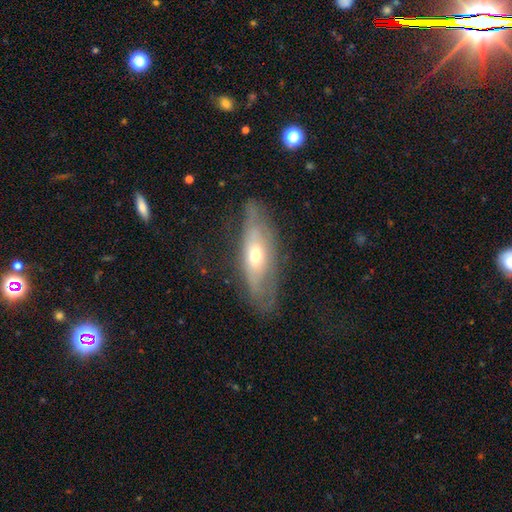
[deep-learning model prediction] A featured or disk galaxy (58%).

Vote fractions:
- Smooth or featured? featured or disk: 58% / smooth: 35% / star or artifact: 7%
- Edge-on disk? no: 63% / yes: 37%
- Merging? none: 63% / minor disturbance: 24% / major disturbance: 11% / merger: 2%